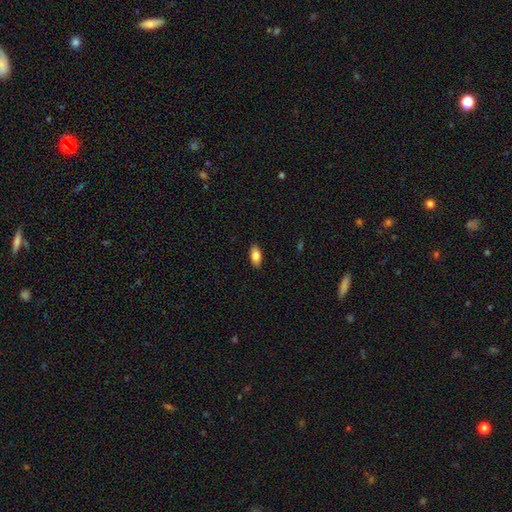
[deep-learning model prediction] This is clearly a smooth galaxy (84%). How rounded: clearly in between (90%). Merging: clearly none (88%).